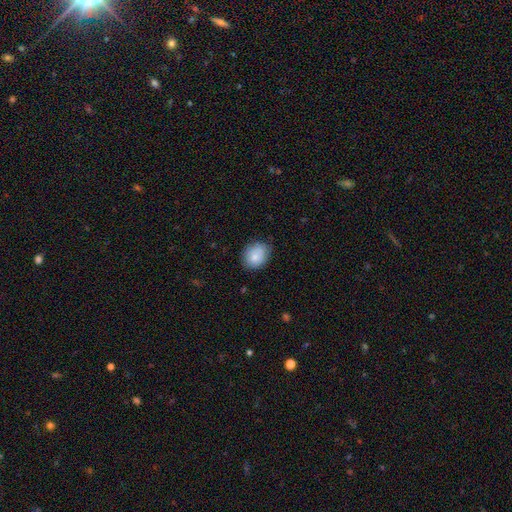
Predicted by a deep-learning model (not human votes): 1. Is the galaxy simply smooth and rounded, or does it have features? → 81% smooth, 11% featured or disk, 8% star or artifact.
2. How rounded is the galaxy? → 56% round, 43% in between, 1% cigar-shaped.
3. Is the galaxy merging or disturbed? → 72% none, 22% minor disturbance, 4% major disturbance, 1% merger.